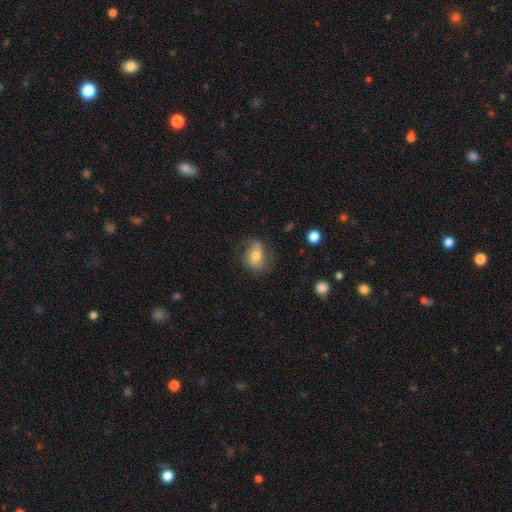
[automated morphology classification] smooth_or_featured: smooth (p=0.59) [alt: featured or disk p=0.33]
how_rounded: in between (p=0.66) [alt: round p=0.32]
merging: none (p=0.62) [alt: minor disturbance p=0.25]